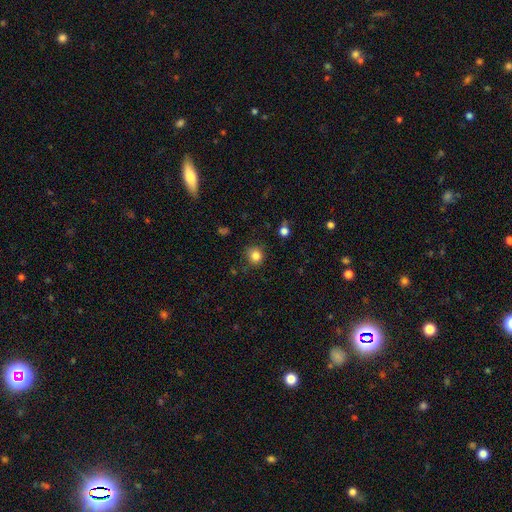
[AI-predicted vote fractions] smooth-or-featured: smooth: 83% | star or artifact: 12% | featured or disk: 5%
  how-rounded: round: 87% | in between: 12% | cigar-shaped: 1%
  merging: none: 82% | minor disturbance: 13% | major disturbance: 3% | merger: 2%